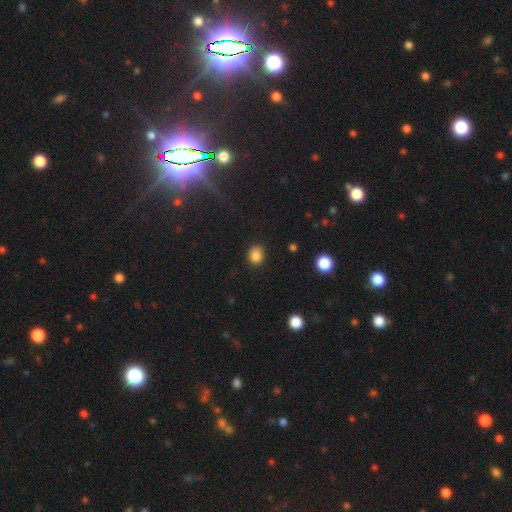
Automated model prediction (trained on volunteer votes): Smooth or featured? Predicted: smooth (p=0.84). How rounded? Predicted: round (p=0.68). Merging? Predicted: none (p=0.85).